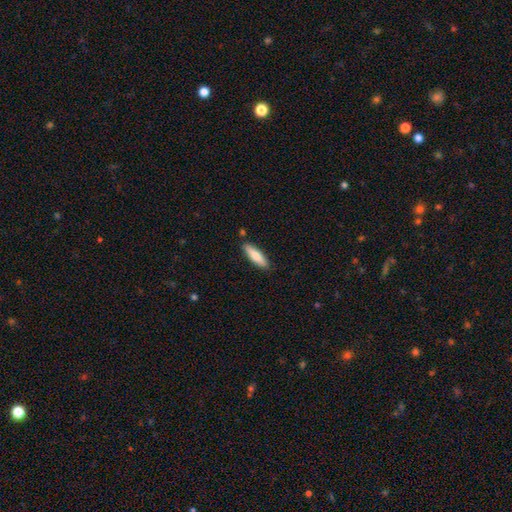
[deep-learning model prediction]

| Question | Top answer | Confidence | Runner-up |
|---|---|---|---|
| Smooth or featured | smooth | 74% | featured or disk (21%) |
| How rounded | cigar-shaped | 61% | in between (37%) |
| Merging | none | 86% | minor disturbance (9%) |